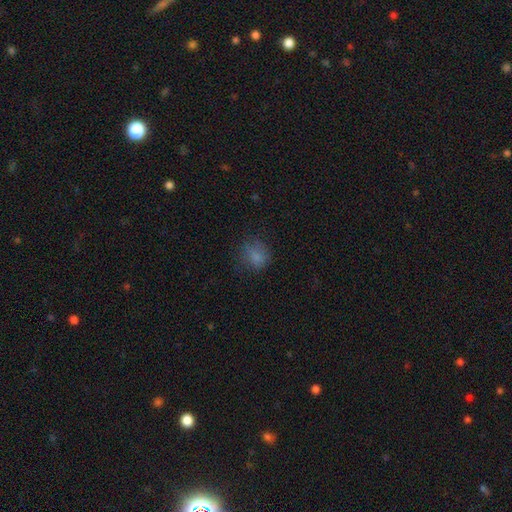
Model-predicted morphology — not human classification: Smooth or featured? Predicted: smooth (p=0.75). How rounded? Predicted: round (p=0.67). Merging? Predicted: none (p=0.63).